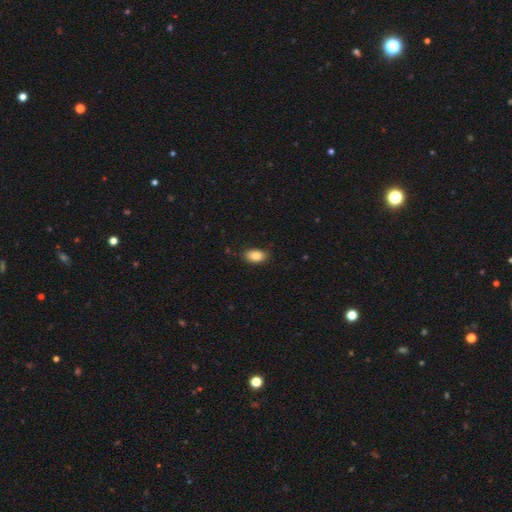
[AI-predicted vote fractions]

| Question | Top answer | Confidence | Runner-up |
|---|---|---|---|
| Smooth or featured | smooth | 86% | star or artifact (8%) |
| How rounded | in between | 90% | round (8%) |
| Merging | none | 81% | minor disturbance (15%) |